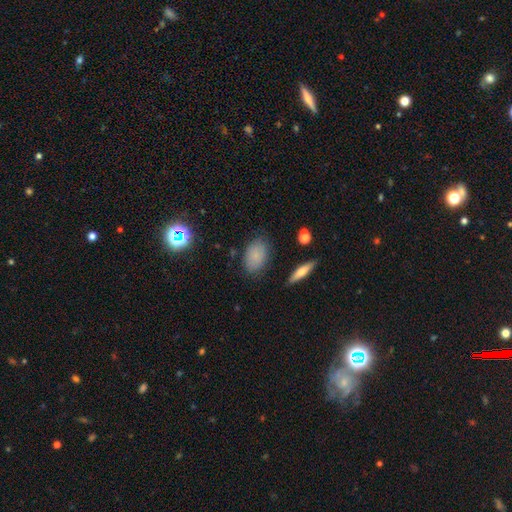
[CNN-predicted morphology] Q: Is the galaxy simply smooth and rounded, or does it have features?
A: smooth — 76%.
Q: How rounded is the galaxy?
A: in between — 87%.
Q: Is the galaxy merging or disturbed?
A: none — 80%.